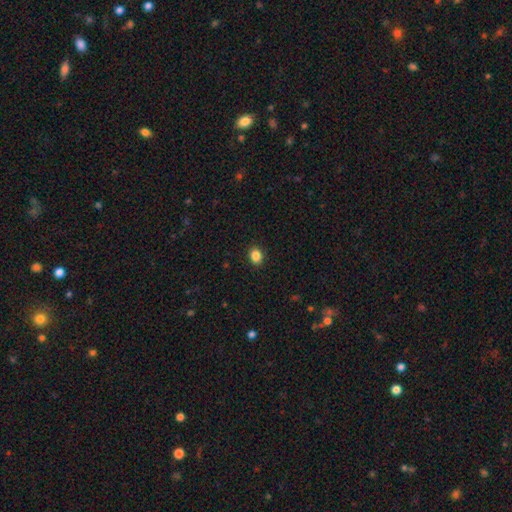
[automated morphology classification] Smooth or featured? Predicted: smooth (p=0.86). How rounded? Predicted: round (p=0.50). Merging? Predicted: none (p=0.91).